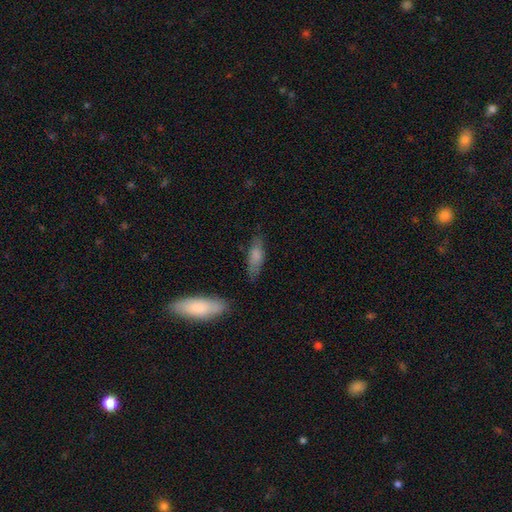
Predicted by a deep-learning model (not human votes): A smooth galaxy with no disk features (74%) that is in between round and cigar-shaped (59%).

Vote fractions:
- Smooth or featured? smooth: 74% / featured or disk: 18% / star or artifact: 8%
- How rounded? in between: 59% / cigar-shaped: 39% / round: 3%
- Merging? none: 70% / minor disturbance: 21% / major disturbance: 6% / merger: 3%